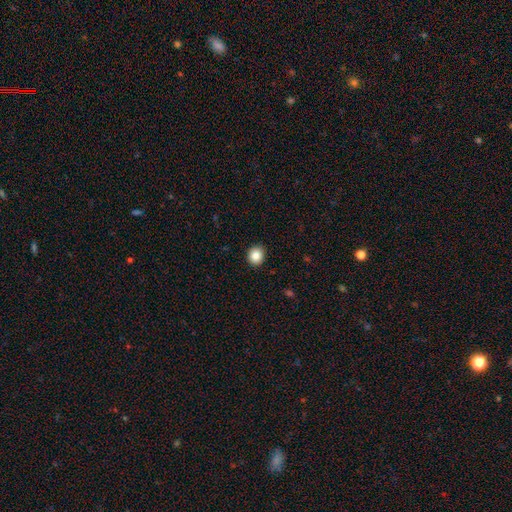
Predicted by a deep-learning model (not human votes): Morphology: type=smooth (85%); roundness=round (81%); merging=none (91%).